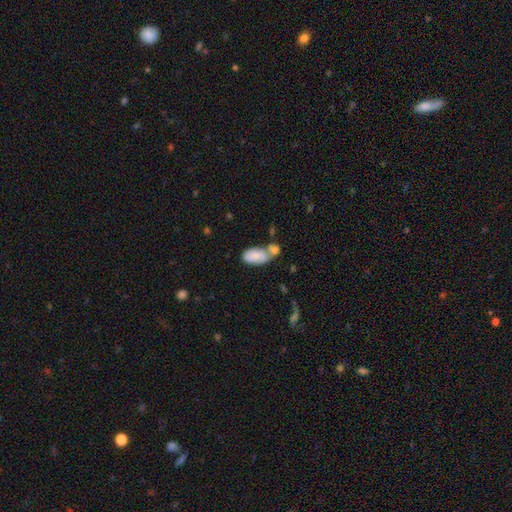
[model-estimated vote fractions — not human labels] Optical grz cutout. It shows a smooth galaxy with no disk features (79%) that is in between round and cigar-shaped (93%). Merging: merger (49%).